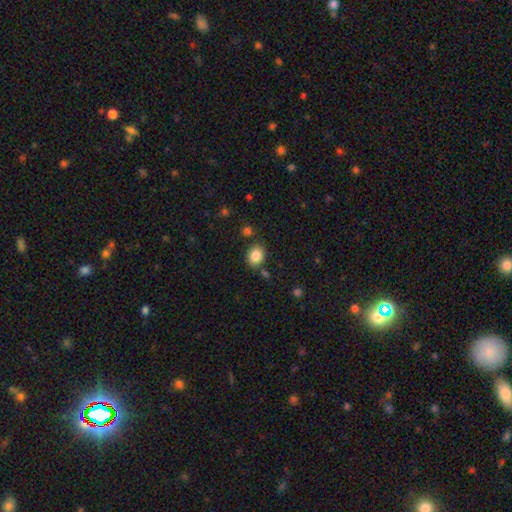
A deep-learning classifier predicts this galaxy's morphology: Q: Smooth or featured?
A: smooth (85%); runner-up: star or artifact (9%)
Q: How rounded?
A: in between (56%); runner-up: round (43%)
Q: Merging?
A: none (80%); runner-up: minor disturbance (11%)